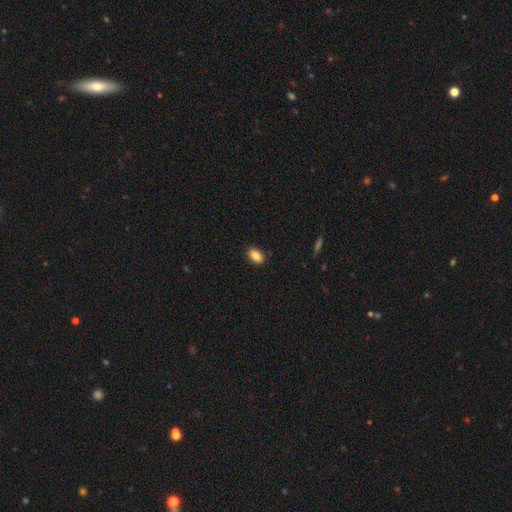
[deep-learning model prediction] Smooth or featured?
  - smooth: 87% *
  - star or artifact: 8%
  - featured or disk: 5%
How rounded?
  - in between: 90% *
  - round: 7%
  - cigar-shaped: 3%
Merging?
  - none: 88% *
  - minor disturbance: 9%
  - major disturbance: 2%
  - merger: 1%